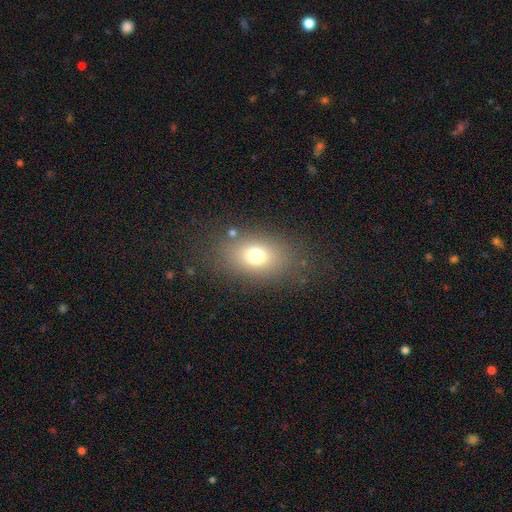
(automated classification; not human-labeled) A smooth galaxy with no disk features (72%) that is in between round and cigar-shaped (70%).

Vote fractions:
- Smooth or featured? smooth: 72% / star or artifact: 15% / featured or disk: 13%
- How rounded? in between: 70% / round: 29% / cigar-shaped: 2%
- Merging? none: 78% / minor disturbance: 12% / major disturbance: 8% / merger: 2%